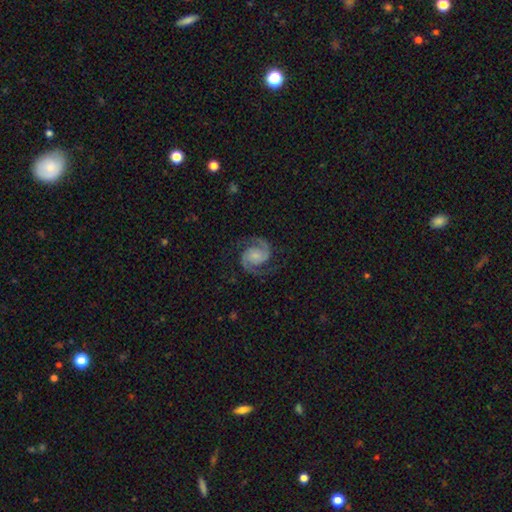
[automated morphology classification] This is clearly a featured or disk galaxy (92%). It is clearly not viewed edge-on (98%). Bar: likely no (65%). Spiral arm pattern: clearly yes (99%). Spiral arm count: clearly 2 (95%). Spiral winding: possibly medium (58%). Central bulge: possibly small (51%). Merging: clearly none (83%).